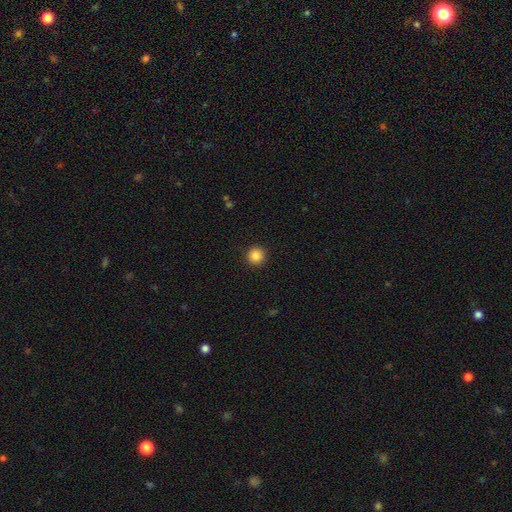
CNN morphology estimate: This appears to be a smooth galaxy with no disk features (86%) that is round (95%). Merging: none (93%).